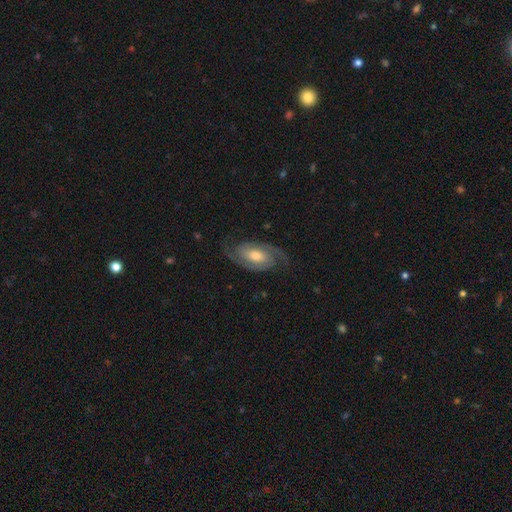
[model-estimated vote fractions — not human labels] Smooth or featured: featured or disk — 89% (smooth — 6%)
Edge-on disk: no — 97% (yes — 3%)
Bar: no — 55% (weak — 33%)
Spiral arms: yes — 98% (no — 2%)
Spiral winding: medium — 46% (tight — 42%)
Spiral arm count: 2 — 93% (can't tell — 3%)
Bulge size: moderate — 68% (small — 21%)
Merging: none — 81% (minor disturbance — 13%)